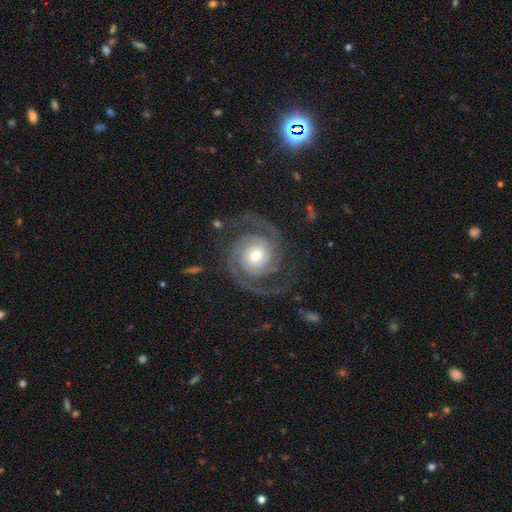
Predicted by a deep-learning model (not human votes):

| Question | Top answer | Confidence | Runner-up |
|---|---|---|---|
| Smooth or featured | featured or disk | 92% | star or artifact (4%) |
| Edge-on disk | no | 98% | yes (2%) |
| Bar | no | 67% | weak (23%) |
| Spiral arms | yes | 98% | no (2%) |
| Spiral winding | tight | 51% | medium (40%) |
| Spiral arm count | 2 | 89% | 3 (4%) |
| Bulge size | moderate | 47% | small (43%) |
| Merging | none | 79% | minor disturbance (11%) |